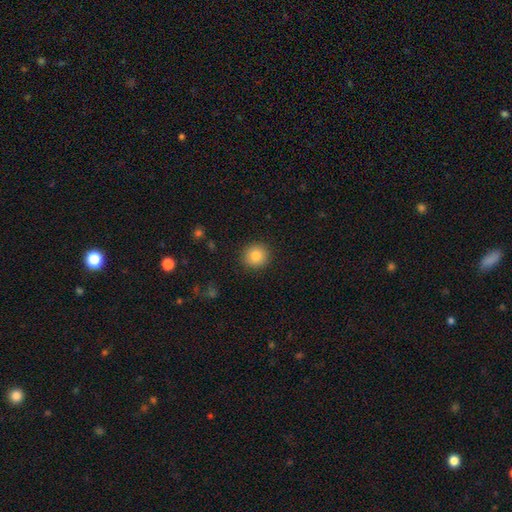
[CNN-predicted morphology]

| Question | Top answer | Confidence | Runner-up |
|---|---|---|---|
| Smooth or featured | smooth | 83% | star or artifact (9%) |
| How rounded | round | 92% | in between (7%) |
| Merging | none | 91% | minor disturbance (6%) |